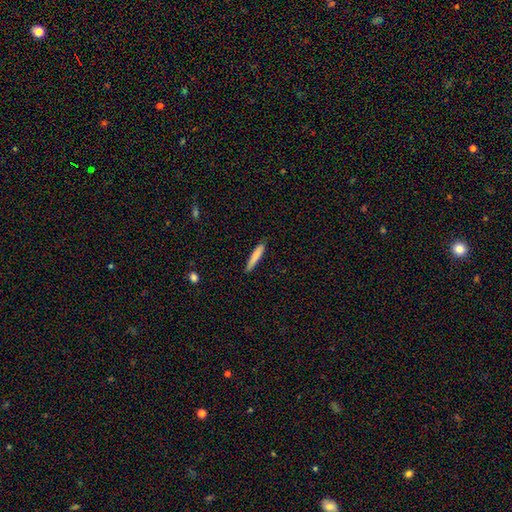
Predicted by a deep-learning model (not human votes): Q: Smooth or featured?
A: smooth (81%); runner-up: featured or disk (13%)
Q: How rounded?
A: cigar-shaped (91%); runner-up: in between (8%)
Q: Merging?
A: none (85%); runner-up: minor disturbance (12%)